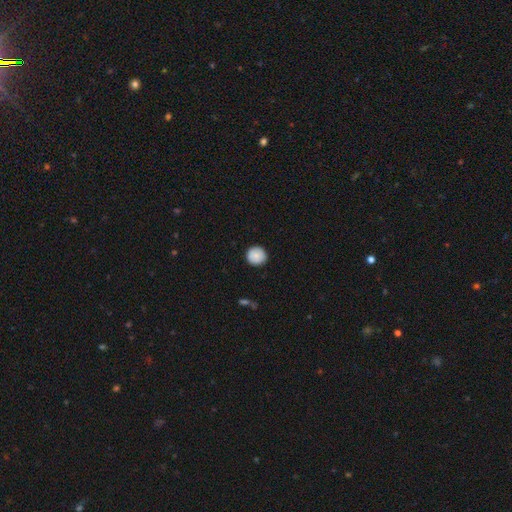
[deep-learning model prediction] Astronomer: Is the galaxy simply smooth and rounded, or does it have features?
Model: smooth — 85%.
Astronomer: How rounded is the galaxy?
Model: round — 94%.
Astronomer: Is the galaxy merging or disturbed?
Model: none — 88%.